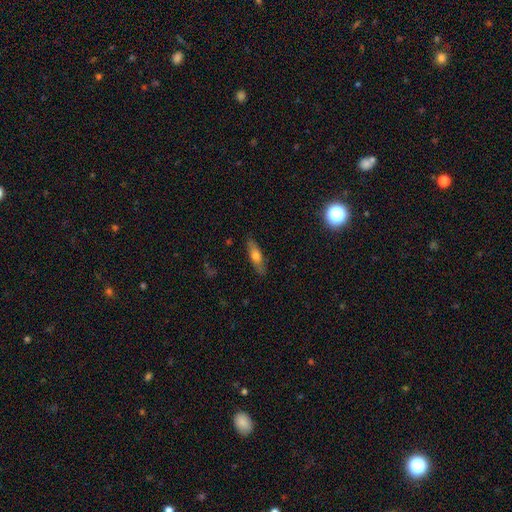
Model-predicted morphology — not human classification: This is possibly a smooth galaxy (60%). How rounded: possibly cigar-shaped (52%). Merging: clearly none (85%).